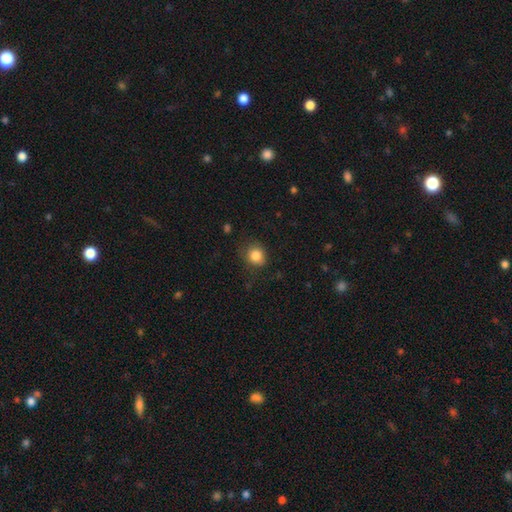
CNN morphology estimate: This is clearly a smooth galaxy (84%). How rounded: likely round (77%). Merging: likely none (75%).